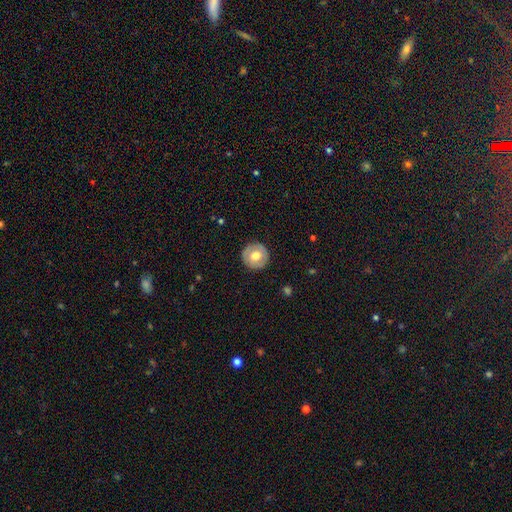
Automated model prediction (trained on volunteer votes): Smooth or featured?
  - smooth: 62% *
  - featured or disk: 32%
  - star or artifact: 7%
How rounded?
  - round: 95% *
  - in between: 4%
  - cigar-shaped: 1%
Merging?
  - none: 89% *
  - minor disturbance: 8%
  - major disturbance: 2%
  - merger: 1%